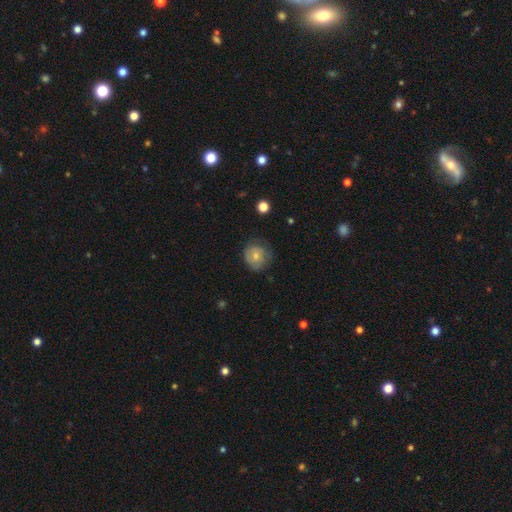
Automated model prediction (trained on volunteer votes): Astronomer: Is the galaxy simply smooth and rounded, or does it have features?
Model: smooth — 59%.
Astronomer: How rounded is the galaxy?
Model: round — 85%.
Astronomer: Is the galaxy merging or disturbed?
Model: none — 65%.